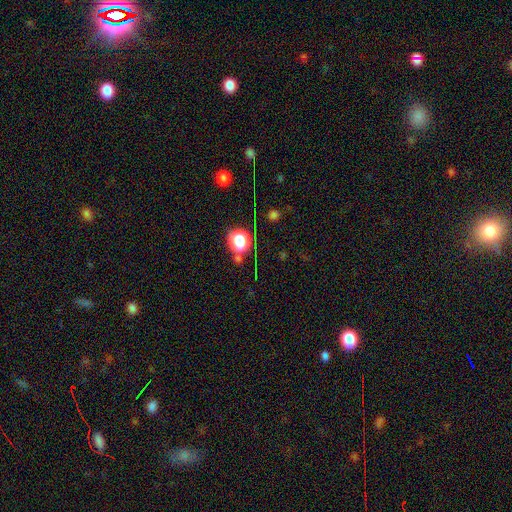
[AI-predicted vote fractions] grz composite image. It shows a star or artifact, not a galaxy (63%).